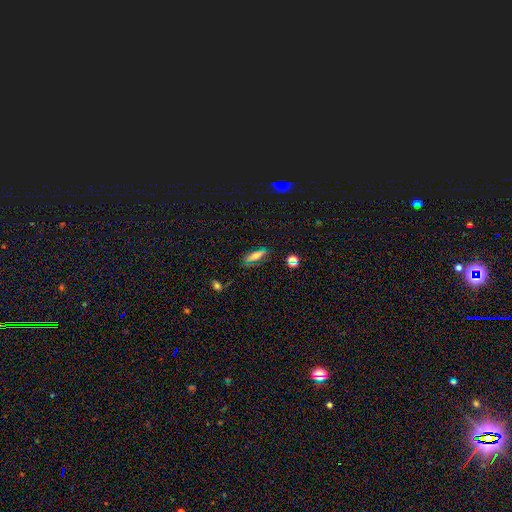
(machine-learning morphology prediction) A smooth galaxy with no disk features (59%) that is in between round and cigar-shaped (50%). Merging: none (78%).